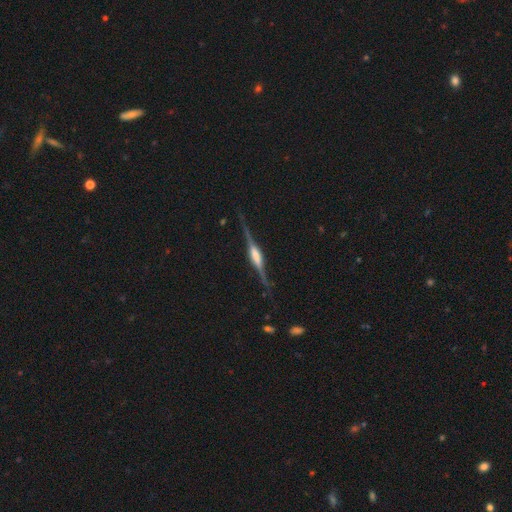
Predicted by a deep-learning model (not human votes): Q: Smooth or featured?
A: featured or disk (84%); runner-up: smooth (10%)
Q: Edge-on disk?
A: yes (97%); runner-up: no (3%)
Q: Edge-on bulge?
A: rounded (52%); runner-up: boxy (42%)
Q: Merging?
A: none (83%); runner-up: minor disturbance (12%)